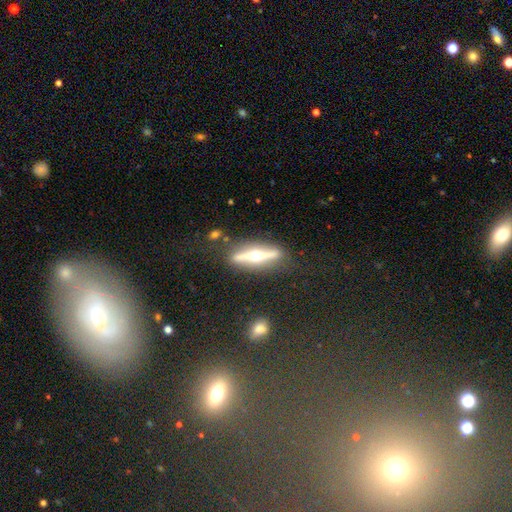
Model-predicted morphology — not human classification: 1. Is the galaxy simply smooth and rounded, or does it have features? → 76% featured or disk, 18% smooth, 6% star or artifact.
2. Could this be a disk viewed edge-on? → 91% yes, 9% no.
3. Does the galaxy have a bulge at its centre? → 96% rounded, 2% boxy, 2% none.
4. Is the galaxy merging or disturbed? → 82% none, 12% minor disturbance, 4% major disturbance, 3% merger.